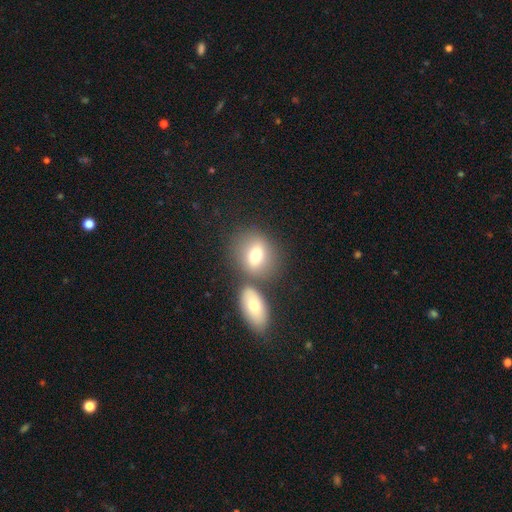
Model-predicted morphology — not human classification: This appears to be a smooth galaxy with no disk features (72%) that is in between round and cigar-shaped (52%). Merging: none (56%).